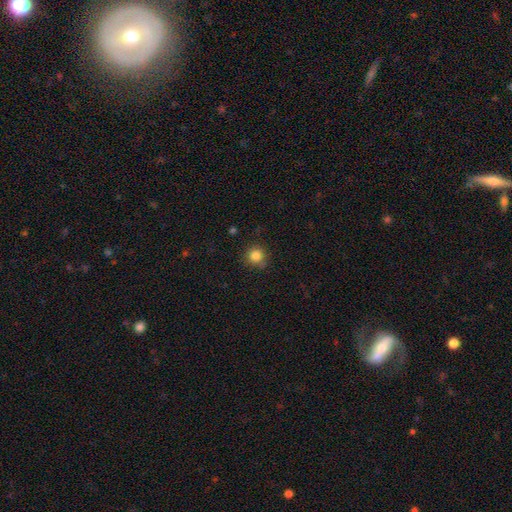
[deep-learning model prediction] smooth_or_featured: smooth (p=0.84) [alt: star or artifact p=0.11]
how_rounded: round (p=0.93) [alt: in between p=0.06]
merging: none (p=0.82) [alt: minor disturbance p=0.12]